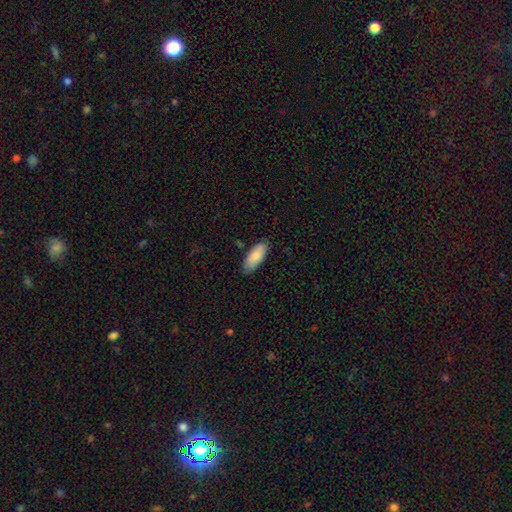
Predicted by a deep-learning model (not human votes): smooth-or-featured: smooth: 86% | featured or disk: 8% | star or artifact: 6%
  how-rounded: in between: 83% | cigar-shaped: 16% | round: 1%
  merging: none: 83% | minor disturbance: 13% | major disturbance: 2% | merger: 1%